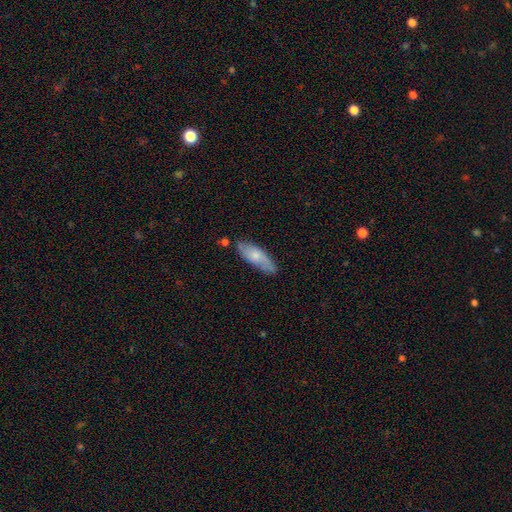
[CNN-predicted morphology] Smooth or featured? Predicted: smooth (p=0.63). How rounded? Predicted: in between (p=0.58). Merging? Predicted: none (p=0.71).